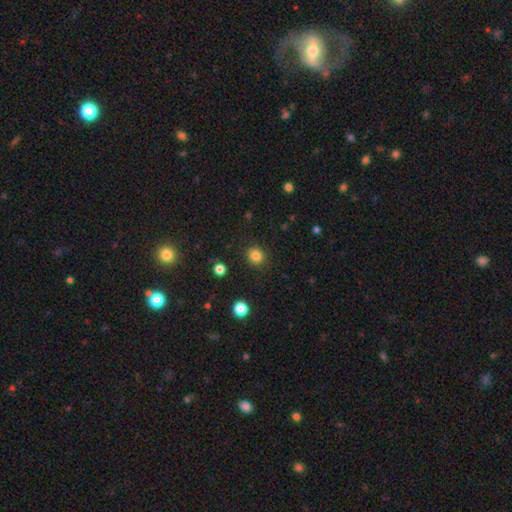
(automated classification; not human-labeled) smooth_or_featured: smooth (p=0.83) [alt: star or artifact p=0.12]
how_rounded: round (p=0.88) [alt: in between p=0.12]
merging: none (p=0.90) [alt: minor disturbance p=0.06]